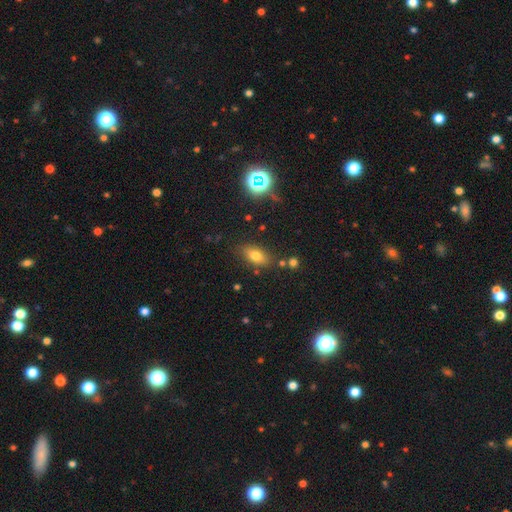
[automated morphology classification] Smooth or featured?
  - smooth: 73% *
  - star or artifact: 14%
  - featured or disk: 13%
How rounded?
  - in between: 83% *
  - round: 9%
  - cigar-shaped: 8%
Merging?
  - none: 79% *
  - minor disturbance: 12%
  - merger: 5%
  - major disturbance: 4%